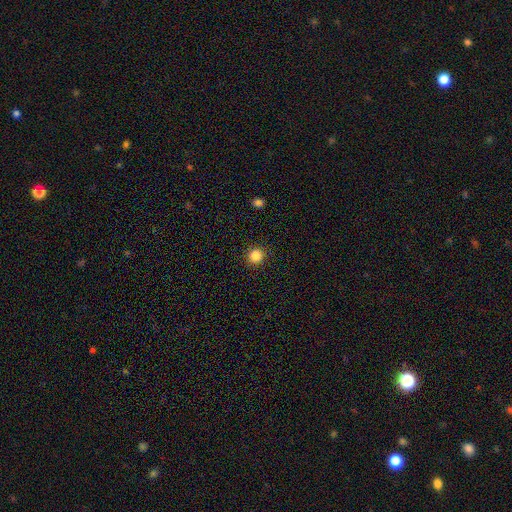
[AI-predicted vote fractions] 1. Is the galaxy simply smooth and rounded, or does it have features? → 86% smooth, 11% star or artifact, 3% featured or disk.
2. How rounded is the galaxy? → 90% round, 9% in between, 1% cigar-shaped.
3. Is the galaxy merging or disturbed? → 91% none, 6% minor disturbance, 2% major disturbance, 1% merger.